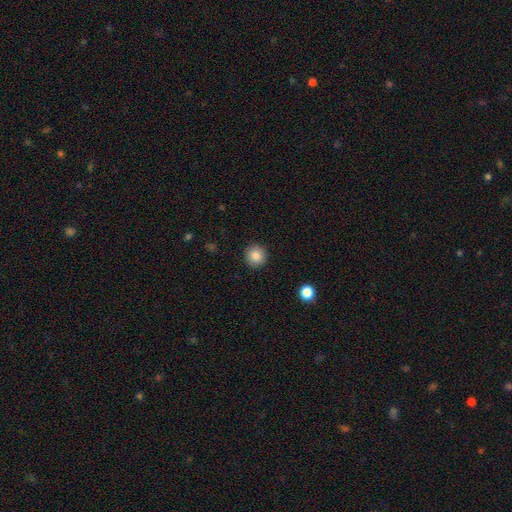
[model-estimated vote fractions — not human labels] Q: Smooth or featured?
A: smooth (86%); runner-up: star or artifact (9%)
Q: How rounded?
A: round (92%); runner-up: in between (7%)
Q: Merging?
A: none (92%); runner-up: minor disturbance (6%)